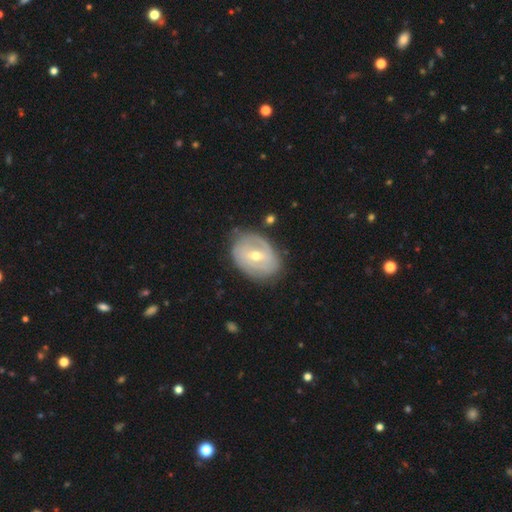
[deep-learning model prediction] Smooth or featured: featured or disk — 70% (smooth — 24%)
Edge-on disk: no — 95% (yes — 5%)
Bar: weak — 49% (strong — 27%)
Spiral arms: yes — 67% (no — 33%)
Bulge size: moderate — 59% (small — 38%)
Merging: none — 73% (minor disturbance — 20%)